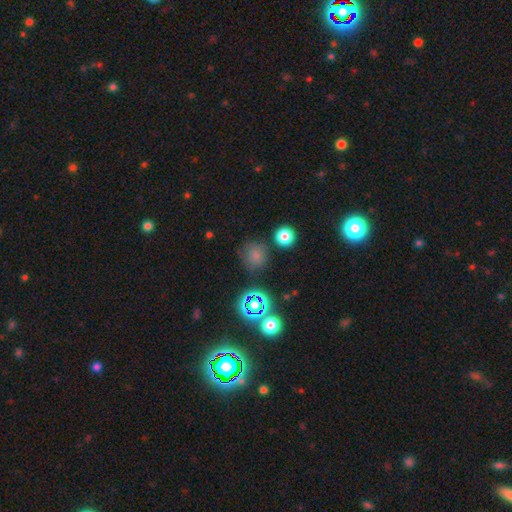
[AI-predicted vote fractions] Overall: smooth (68%). How rounded: round (85%). Merging: none (76%).